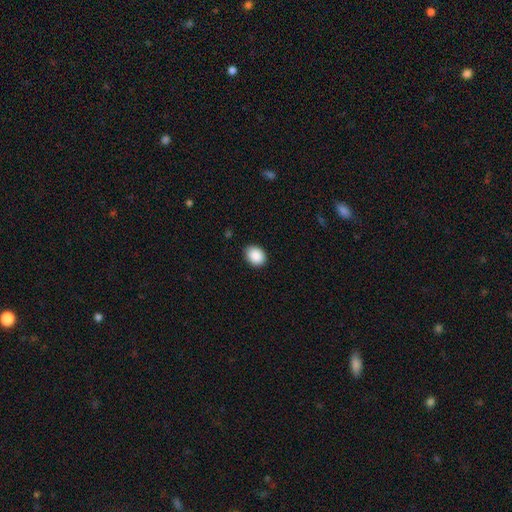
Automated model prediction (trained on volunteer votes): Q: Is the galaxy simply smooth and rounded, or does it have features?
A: smooth — 90%.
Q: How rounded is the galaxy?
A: in between — 59%.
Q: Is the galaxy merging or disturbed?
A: none — 89%.